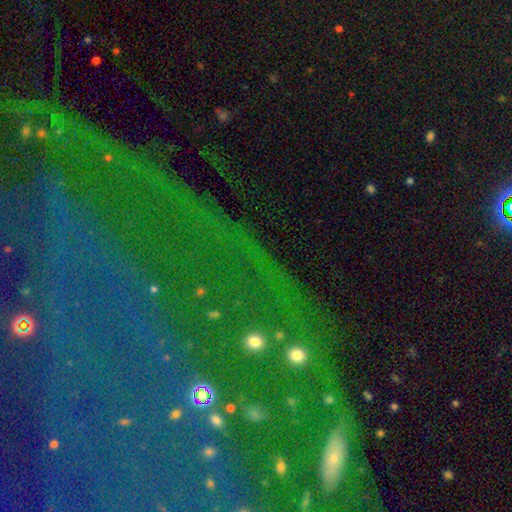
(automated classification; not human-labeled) Overall: star or artifact (73%).